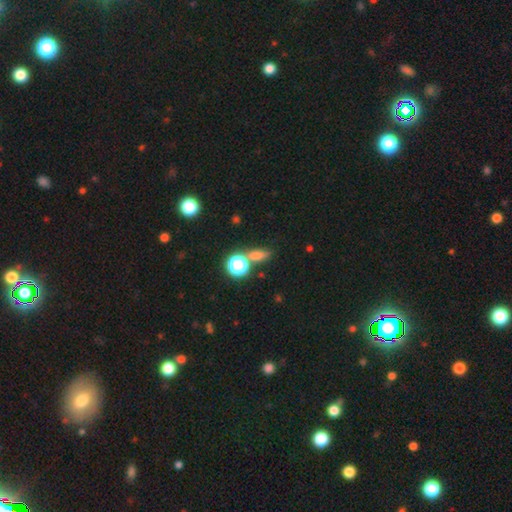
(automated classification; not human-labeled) Smooth or featured: smooth — 67% (star or artifact — 23%)
How rounded: in between — 53% (round — 30%)
Merging: none — 63% (merger — 20%)